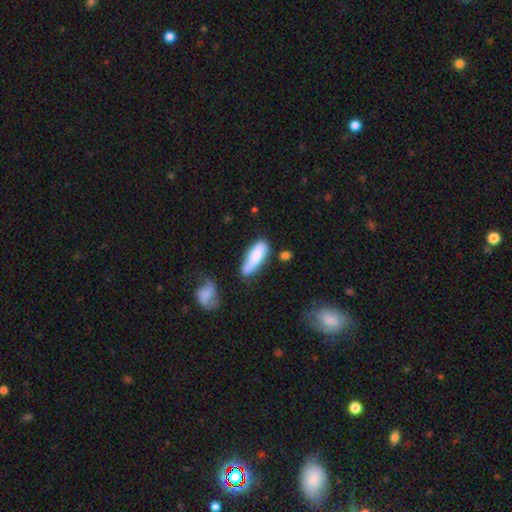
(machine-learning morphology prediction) Overall: smooth (76%). How rounded: in between (52%; cigar-shaped 46%). Merging: none (53%; minor disturbance 27%).